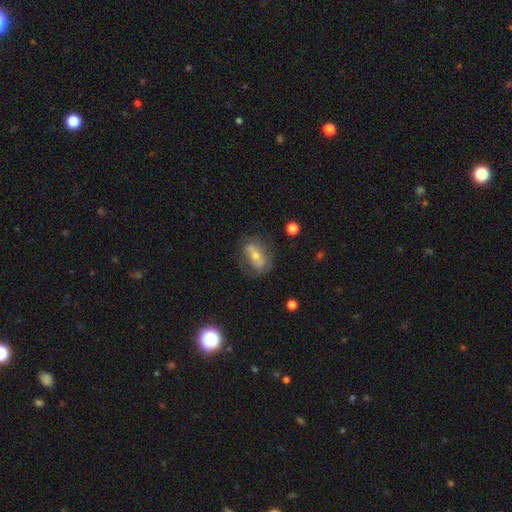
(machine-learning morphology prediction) Smooth or featured? Predicted: featured or disk (p=0.53). Edge-on disk? Predicted: no (p=0.86). Merging? Predicted: none (p=0.68).